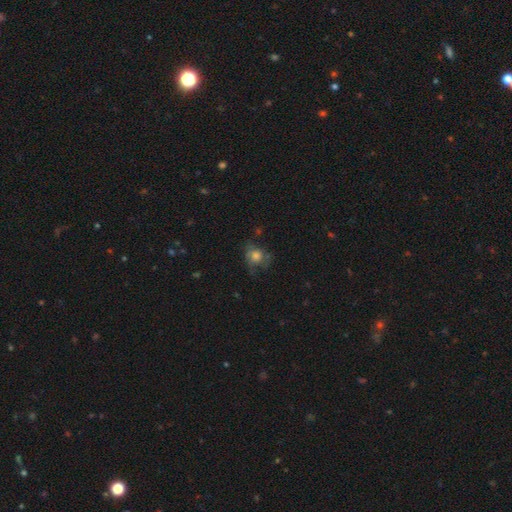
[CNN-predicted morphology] smooth 59%, featured or disk 26%, star or artifact 14%. Down the decision tree: how rounded — round (74%); merging — none (55%).